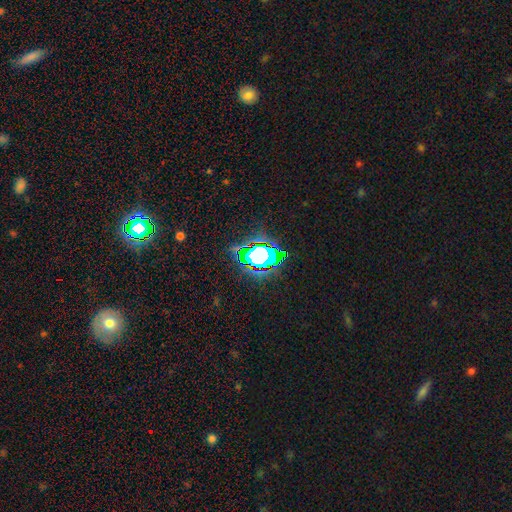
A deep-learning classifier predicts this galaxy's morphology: This is likely a star or artifact rather than a galaxy (63%).